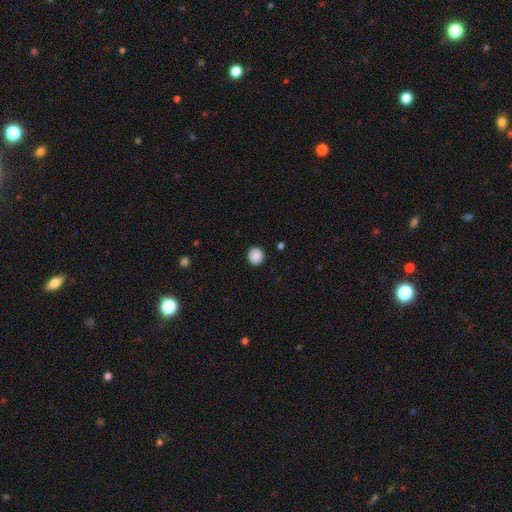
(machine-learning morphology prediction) This is clearly a smooth galaxy (89%). How rounded: clearly round (91%). Merging: clearly none (92%).